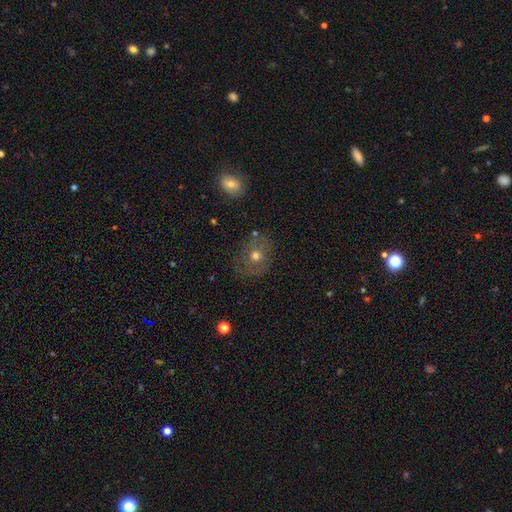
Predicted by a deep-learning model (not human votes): A smooth galaxy with no disk features (47%). Merging: none (74%).